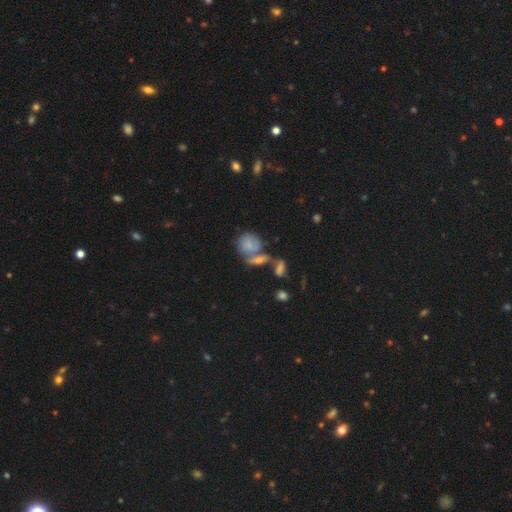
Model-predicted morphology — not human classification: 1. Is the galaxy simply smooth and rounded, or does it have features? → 40% smooth, 33% featured or disk, 27% star or artifact.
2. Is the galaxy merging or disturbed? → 42% none, 37% merger, 12% minor disturbance, 8% major disturbance.